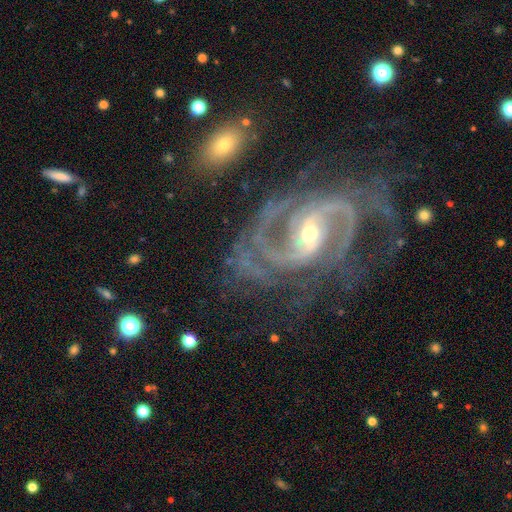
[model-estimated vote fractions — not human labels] Smooth or featured?
  - featured or disk: 93% *
  - star or artifact: 5%
  - smooth: 2%
Edge-on disk?
  - no: 98% *
  - yes: 2%
Bar?
  - weak: 40% *
  - strong: 36%
  - no: 25%
Spiral arms?
  - yes: 98% *
  - no: 2%
Spiral winding?
  - medium: 55% *
  - tight: 31%
  - loose: 14%
Spiral arm count?
  - 2: 66% *
  - 3: 14%
  - can't tell: 7%
  - 4: 5%
  - 1: 4%
  - more than 4: 4%
Bulge size?
  - small: 57% *
  - moderate: 39%
  - large: 2%
  - none: 1%
  - dominant: 1%
Merging?
  - none: 57% *
  - minor disturbance: 20%
  - major disturbance: 20%
  - merger: 4%